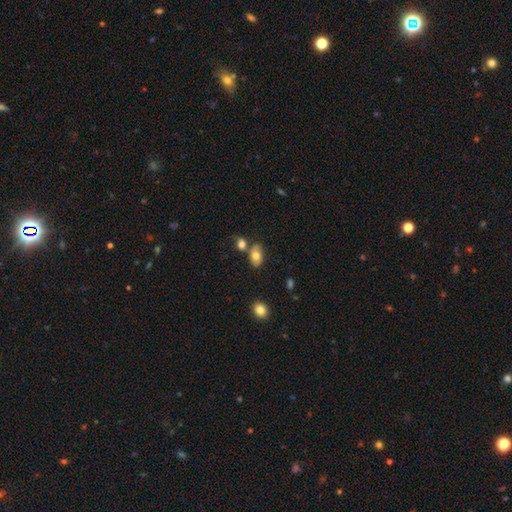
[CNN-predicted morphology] type=smooth (75%); roundness=in between (88%); merging=none (62%).